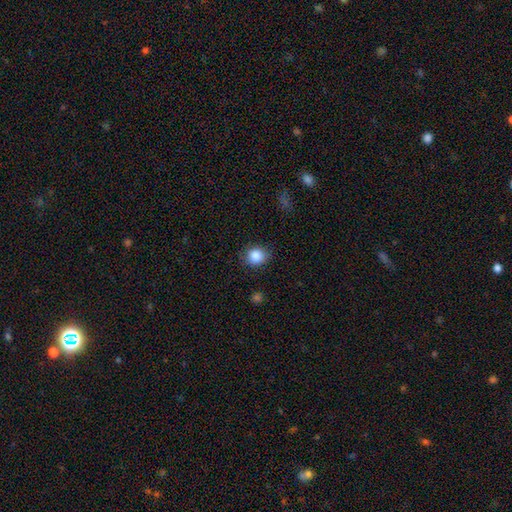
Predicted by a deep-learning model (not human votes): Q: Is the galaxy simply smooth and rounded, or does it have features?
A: smooth — 86%.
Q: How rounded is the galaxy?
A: round — 79%.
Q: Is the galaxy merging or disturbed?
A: none — 84%.